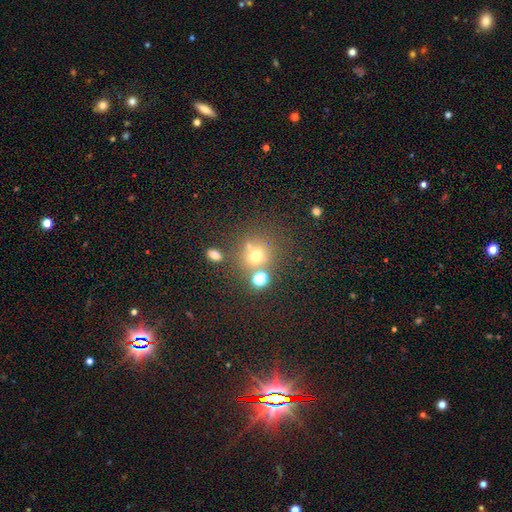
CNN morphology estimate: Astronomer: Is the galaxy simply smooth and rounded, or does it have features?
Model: smooth — 65%.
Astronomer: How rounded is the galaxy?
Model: round — 84%.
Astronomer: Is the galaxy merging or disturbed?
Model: none — 62%.